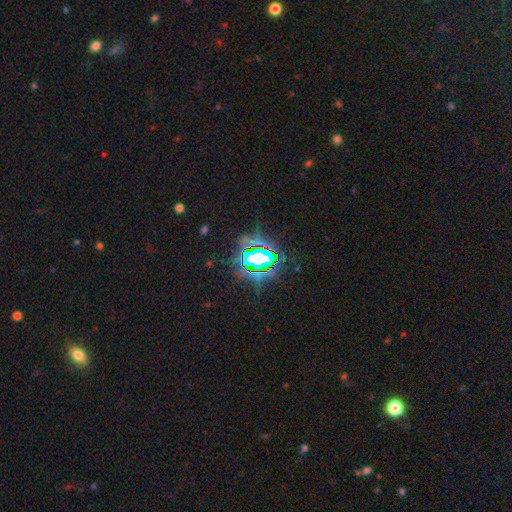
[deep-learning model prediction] Overall: star or artifact (75%).